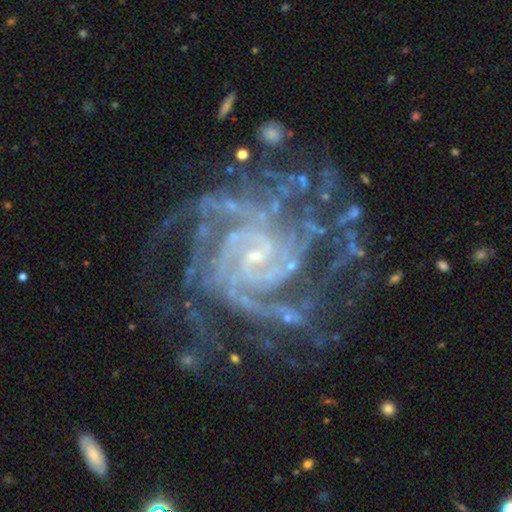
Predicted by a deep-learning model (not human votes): smooth-or-featured: featured or disk: 91% | star or artifact: 6% | smooth: 3%
  disk-edge-on: no: 98% | yes: 2%
    bar: no: 48% | weak: 37% | strong: 15%
    has-spiral-arms: yes: 98% | no: 2%
      spiral-winding: tight: 68% | medium: 28% | loose: 4%
      spiral-arm-count: 4: 24% | more than 4: 19% | can't tell: 18% | 3: 16% | 2: 15% | 1: 8%
    bulge-size: small: 81% | moderate: 11% | none: 6% | large: 1% | dominant: 1%
  merging: none: 66% | minor disturbance: 18% | major disturbance: 13% | merger: 2%